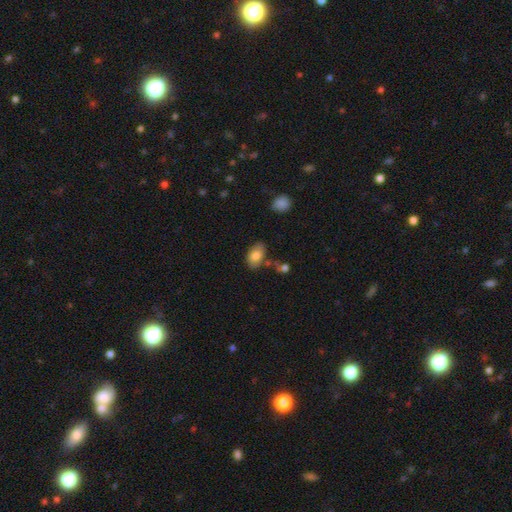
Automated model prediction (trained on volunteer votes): Smooth or featured? smooth (79%)
How rounded? in between (92%)
Merging? none (69%)